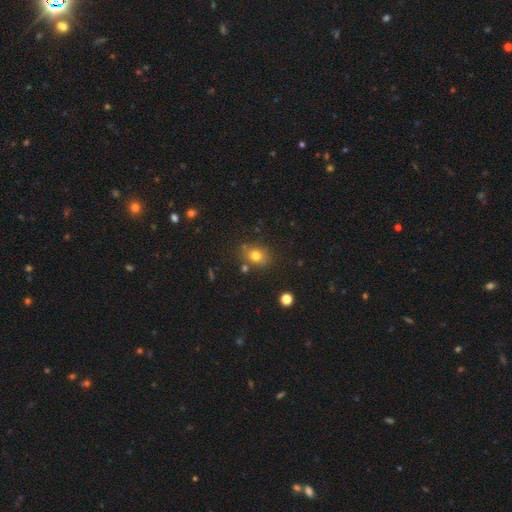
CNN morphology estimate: This is likely a smooth galaxy (76%). How rounded: possibly round (58%). Merging: likely none (75%).